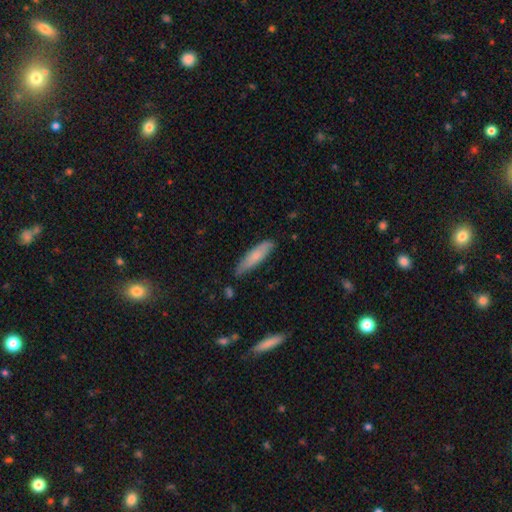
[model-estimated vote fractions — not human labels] Smooth or featured? smooth (70%)
How rounded? cigar-shaped (73%)
Merging? none (75%)